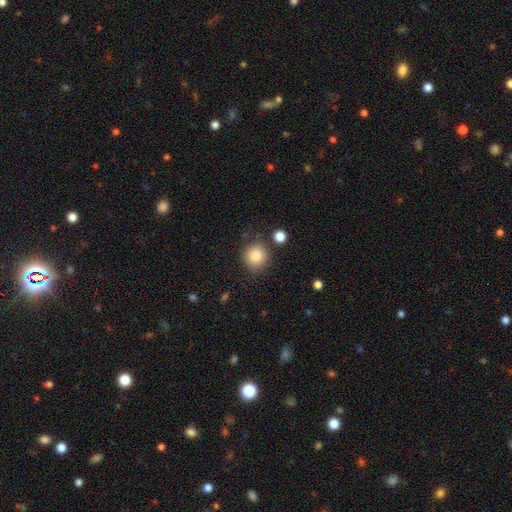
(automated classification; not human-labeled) Smooth or featured: smooth — 84% (star or artifact — 10%)
How rounded: round — 88% (in between — 11%)
Merging: none — 83% (minor disturbance — 10%)